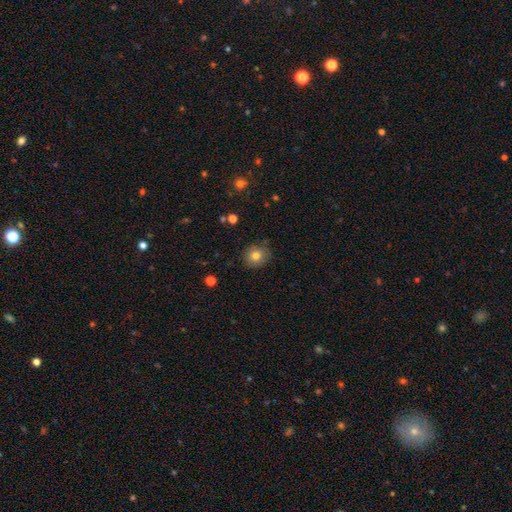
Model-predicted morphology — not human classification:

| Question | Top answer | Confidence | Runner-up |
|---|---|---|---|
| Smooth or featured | smooth | 79% | star or artifact (11%) |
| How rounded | round | 83% | in between (16%) |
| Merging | none | 84% | minor disturbance (12%) |